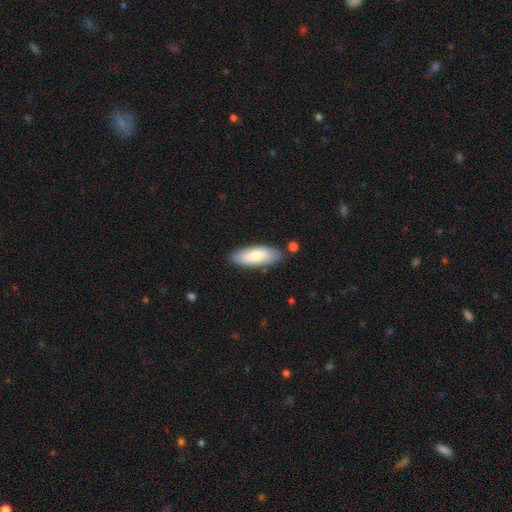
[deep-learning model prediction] Overall: smooth (76%). How rounded: in between (73%). Merging: none (83%).